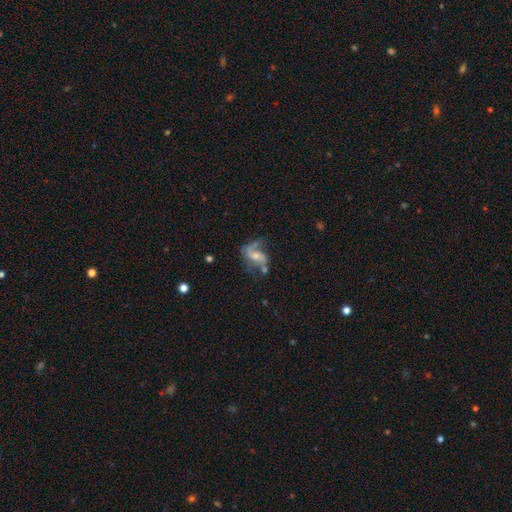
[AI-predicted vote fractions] Smooth or featured? featured or disk (80%)
Edge-on disk? no (97%)
Bar? no (42%)
Spiral arms? yes (92%)
Spiral winding? loose (61%)
Spiral arm count? 2 (76%)
Bulge size? small (45%)
Merging? none (46%)